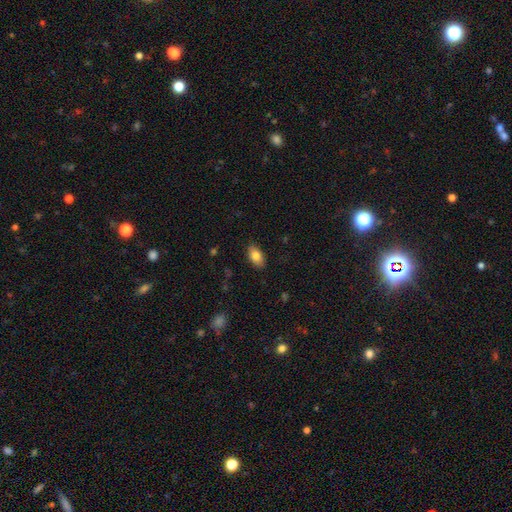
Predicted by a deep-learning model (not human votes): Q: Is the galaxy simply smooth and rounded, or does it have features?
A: smooth — 81%.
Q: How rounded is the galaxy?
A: in between — 92%.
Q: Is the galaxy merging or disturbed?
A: none — 87%.